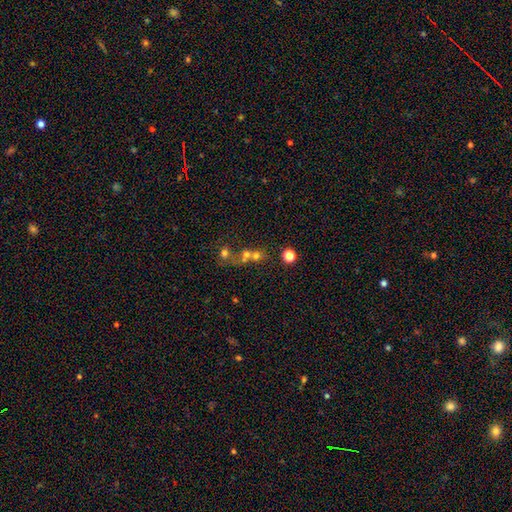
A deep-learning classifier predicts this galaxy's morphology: Smooth or featured? Predicted: smooth (p=0.59). How rounded? Predicted: round (p=0.81). Merging? Predicted: merger (p=0.52).